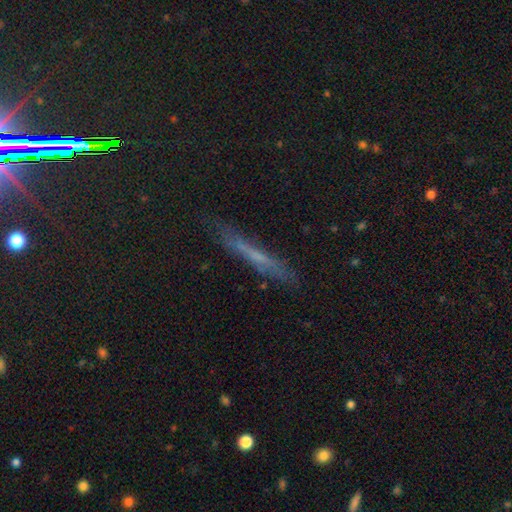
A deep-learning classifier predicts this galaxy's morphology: A featured or disk galaxy (41%, tied with smooth).

Vote fractions:
- Smooth or featured? featured or disk: 41% (tied) / smooth: 41% (tied) / star or artifact: 18%
- Merging? none: 80% / minor disturbance: 15% / major disturbance: 3% / merger: 2%